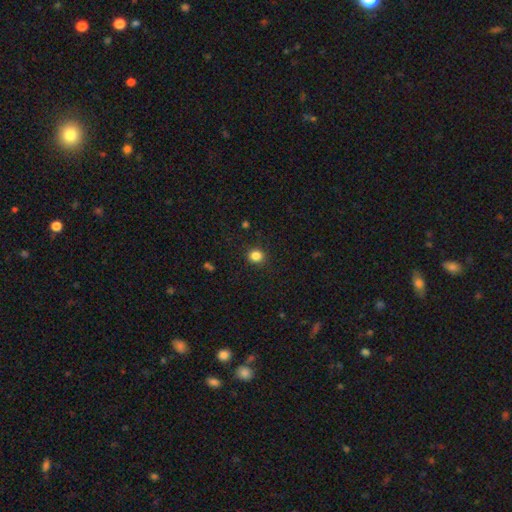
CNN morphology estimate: Smooth or featured?
  - smooth: 84% *
  - star or artifact: 12%
  - featured or disk: 4%
How rounded?
  - round: 86% *
  - in between: 13%
  - cigar-shaped: 1%
Merging?
  - none: 91% *
  - minor disturbance: 6%
  - major disturbance: 2%
  - merger: 1%